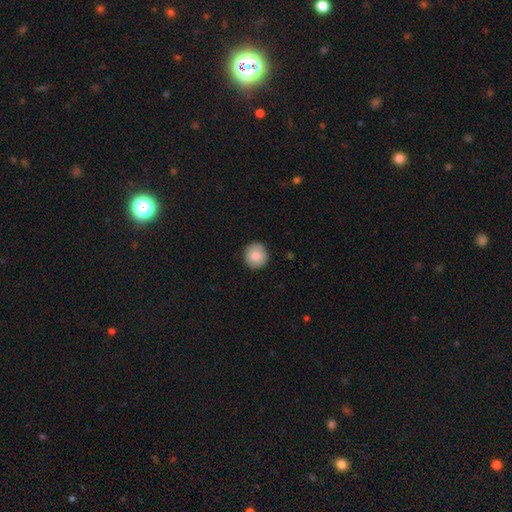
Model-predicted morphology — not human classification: Smooth or featured?
  - smooth: 82% *
  - featured or disk: 11%
  - star or artifact: 7%
How rounded?
  - round: 92% *
  - in between: 7%
  - cigar-shaped: 1%
Merging?
  - none: 89% *
  - minor disturbance: 8%
  - major disturbance: 2%
  - merger: 1%